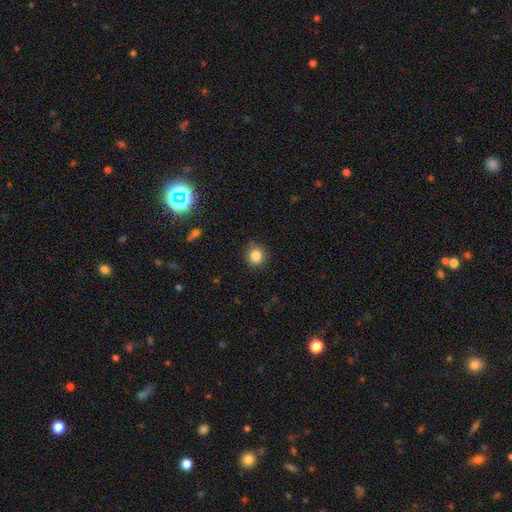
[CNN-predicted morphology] Q: Smooth or featured?
A: smooth (84%); runner-up: star or artifact (11%)
Q: How rounded?
A: round (89%); runner-up: in between (10%)
Q: Merging?
A: none (87%); runner-up: minor disturbance (9%)